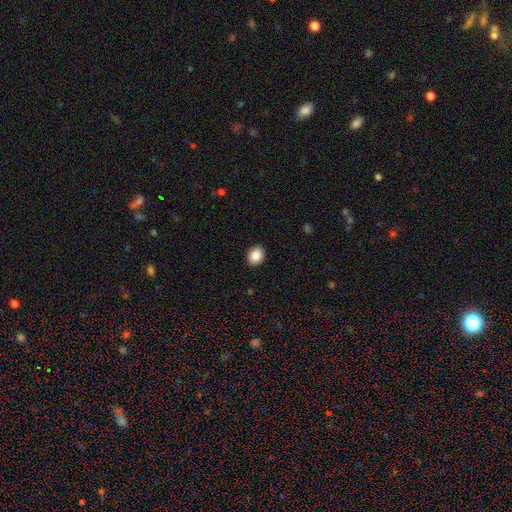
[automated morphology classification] type=smooth (87%); roundness=round (51%); merging=none (92%).